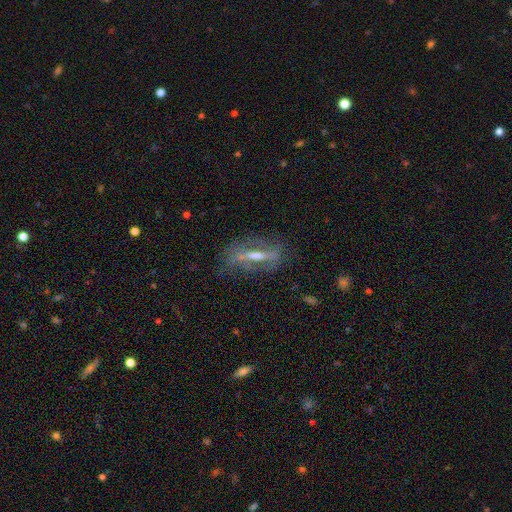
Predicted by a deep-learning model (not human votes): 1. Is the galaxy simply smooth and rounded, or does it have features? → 71% featured or disk, 19% smooth, 10% star or artifact.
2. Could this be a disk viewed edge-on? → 61% no, 39% yes.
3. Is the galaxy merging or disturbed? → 62% none, 21% minor disturbance, 15% major disturbance, 3% merger.